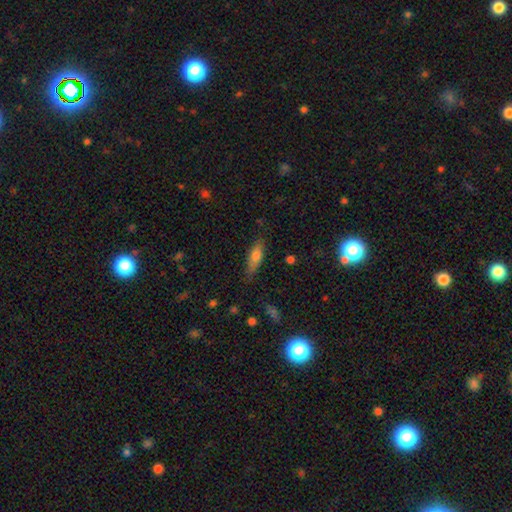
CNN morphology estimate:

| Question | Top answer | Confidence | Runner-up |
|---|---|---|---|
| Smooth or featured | smooth | 71% | featured or disk (22%) |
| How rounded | in between | 49% | cigar-shaped (48%) |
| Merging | none | 79% | minor disturbance (16%) |